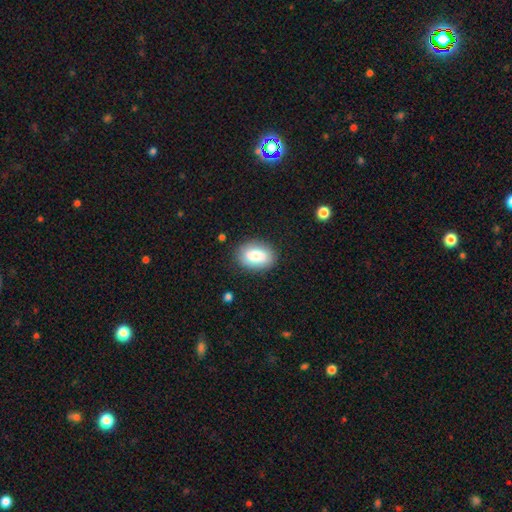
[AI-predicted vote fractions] smooth-or-featured: smooth: 77% | featured or disk: 15% | star or artifact: 7%
  how-rounded: in between: 82% | round: 16% | cigar-shaped: 1%
  merging: none: 84% | minor disturbance: 11% | major disturbance: 3% | merger: 1%